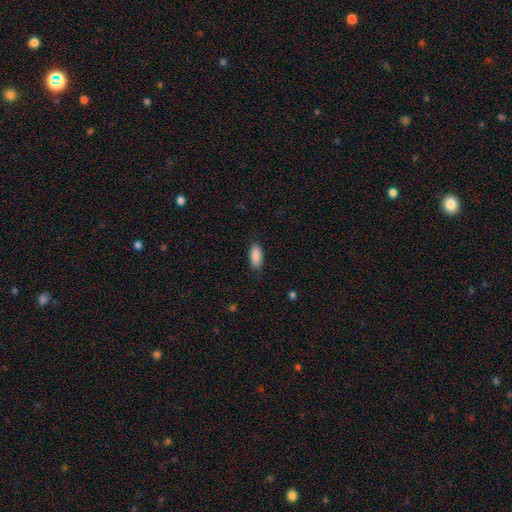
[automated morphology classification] A smooth galaxy with no disk features (90%) that is in between round and cigar-shaped (88%). Merging: none (81%).